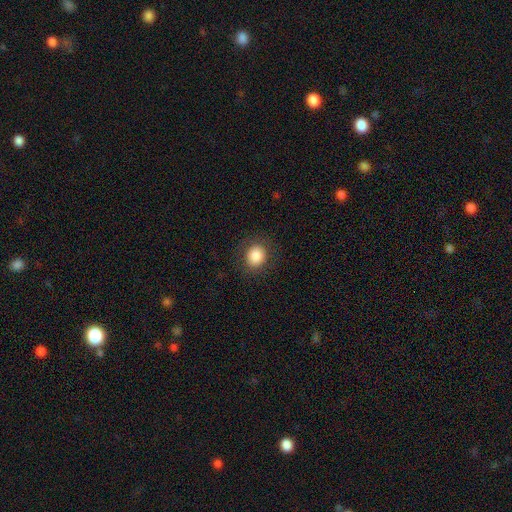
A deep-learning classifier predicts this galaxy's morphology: A smooth galaxy with no disk features (84%) that is round (75%).

Vote fractions:
- Smooth or featured? smooth: 84% / star or artifact: 10% / featured or disk: 6%
- How rounded? round: 75% / in between: 24% / cigar-shaped: 1%
- Merging? none: 87% / minor disturbance: 8% / major disturbance: 4% / merger: 1%